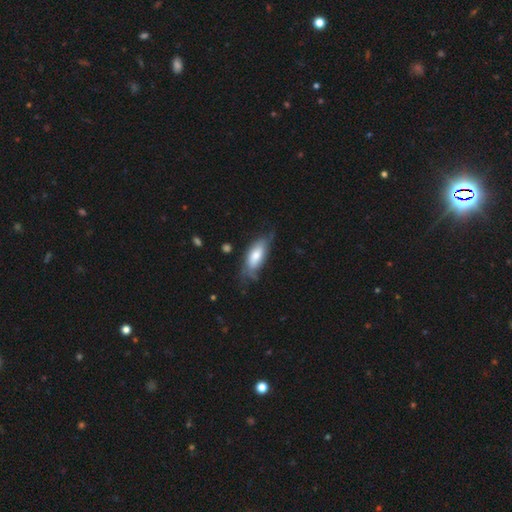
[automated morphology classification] This is likely a smooth galaxy (64%). How rounded: likely in between (79%). Merging: possibly none (51%).